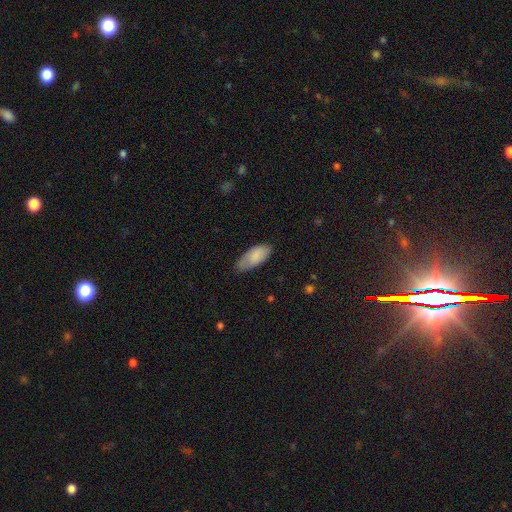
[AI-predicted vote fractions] Overall: smooth (86%). How rounded: in between (88%). Merging: none (66%; minor disturbance 27%).